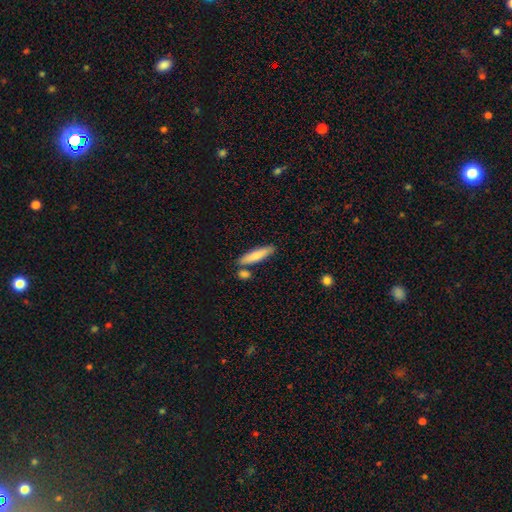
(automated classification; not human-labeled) Q: Smooth or featured?
A: smooth (79%); runner-up: featured or disk (15%)
Q: How rounded?
A: cigar-shaped (76%); runner-up: in between (22%)
Q: Merging?
A: none (75%); runner-up: merger (11%)